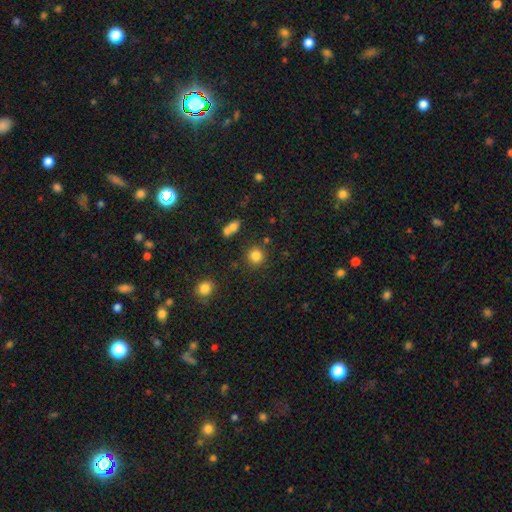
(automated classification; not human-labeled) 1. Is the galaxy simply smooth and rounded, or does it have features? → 83% smooth, 11% star or artifact, 5% featured or disk.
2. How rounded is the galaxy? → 90% round, 9% in between, 1% cigar-shaped.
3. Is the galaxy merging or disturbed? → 84% none, 8% minor disturbance, 5% merger, 3% major disturbance.